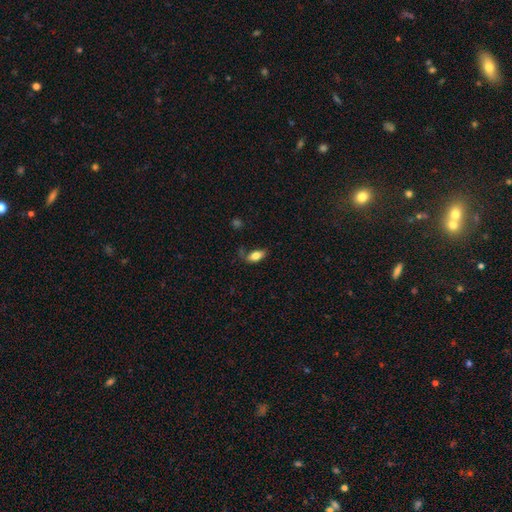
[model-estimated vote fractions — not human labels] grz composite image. It shows a smooth galaxy with no disk features (78%) that is in between round and cigar-shaped (87%). Merging: none (62%).